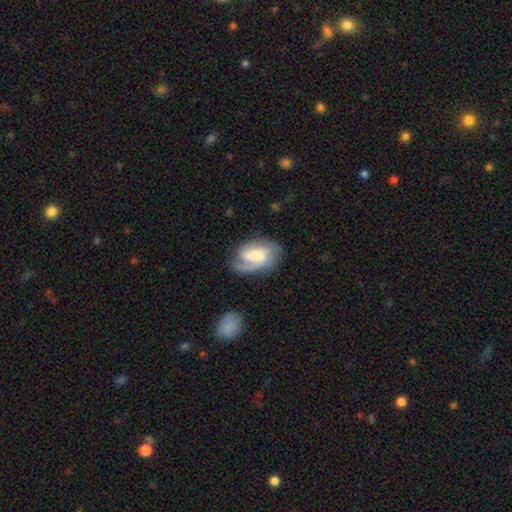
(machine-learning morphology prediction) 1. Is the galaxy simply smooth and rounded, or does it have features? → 73% featured or disk, 21% smooth, 6% star or artifact.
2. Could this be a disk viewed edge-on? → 97% no, 3% yes.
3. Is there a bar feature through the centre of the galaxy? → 45% no, 43% weak, 12% strong.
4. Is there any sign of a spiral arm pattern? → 94% yes, 6% no.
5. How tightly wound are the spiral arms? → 43% medium, 38% tight, 19% loose.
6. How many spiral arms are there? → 35% 2, 30% 1, 15% can't tell, 14% 3, 3% 4, 2% more than 4.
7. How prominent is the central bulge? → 43% small, 37% moderate, 9% large, 9% none, 2% dominant.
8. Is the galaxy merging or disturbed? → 65% none, 20% minor disturbance, 12% major disturbance, 2% merger.